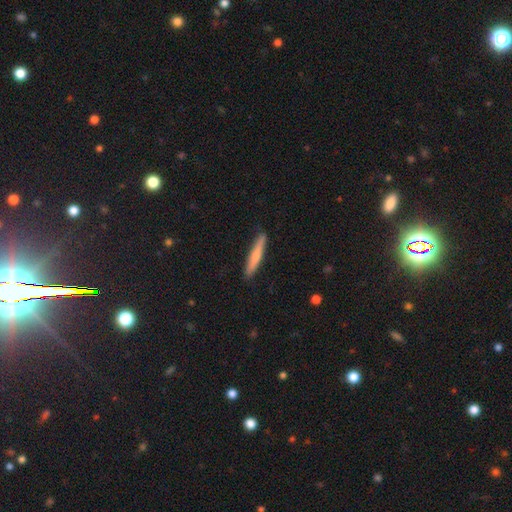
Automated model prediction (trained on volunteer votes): Overall: smooth (69%). How rounded: cigar-shaped (94%). Merging: none (90%).